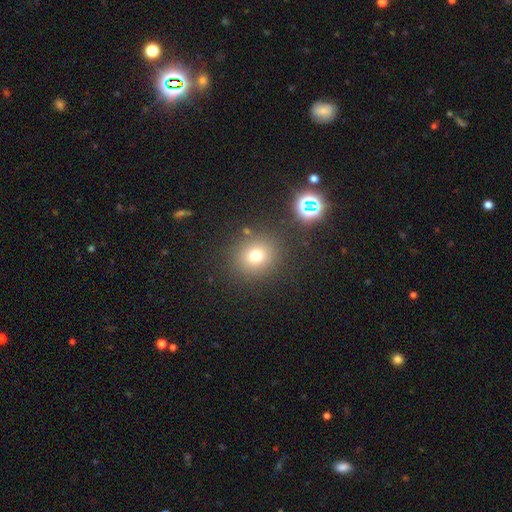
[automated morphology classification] Smooth or featured? Predicted: smooth (p=0.72). How rounded? Predicted: round (p=0.85). Merging? Predicted: none (p=0.84).